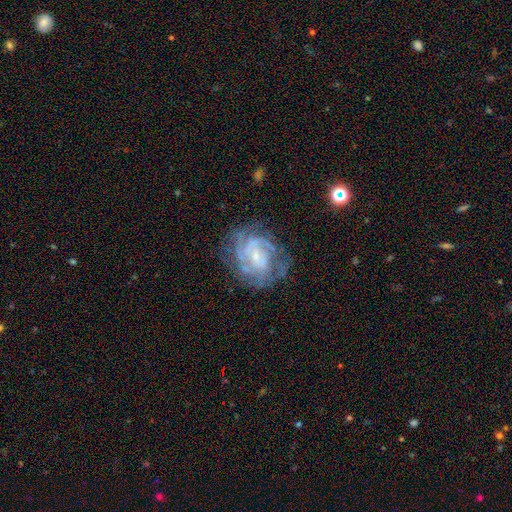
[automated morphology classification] Smooth or featured: featured or disk — 80% (smooth — 11%)
Edge-on disk: no — 98% (yes — 2%)
Bar: no — 52% (weak — 39%)
Spiral arms: yes — 90% (no — 10%)
Spiral winding: tight — 62% (medium — 31%)
Spiral arm count: can't tell — 40% (2 — 19%)
Bulge size: small — 67% (moderate — 20%)
Merging: none — 67% (minor disturbance — 19%)